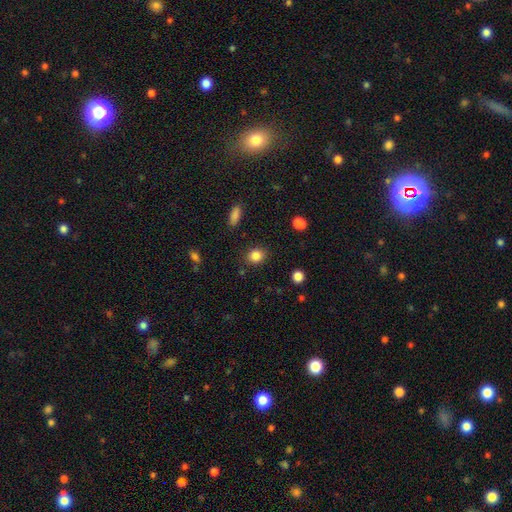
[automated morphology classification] Smooth or featured?
  - smooth: 85% *
  - star or artifact: 10%
  - featured or disk: 5%
How rounded?
  - round: 67% *
  - in between: 31%
  - cigar-shaped: 1%
Merging?
  - none: 86% *
  - minor disturbance: 9%
  - major disturbance: 3%
  - merger: 2%